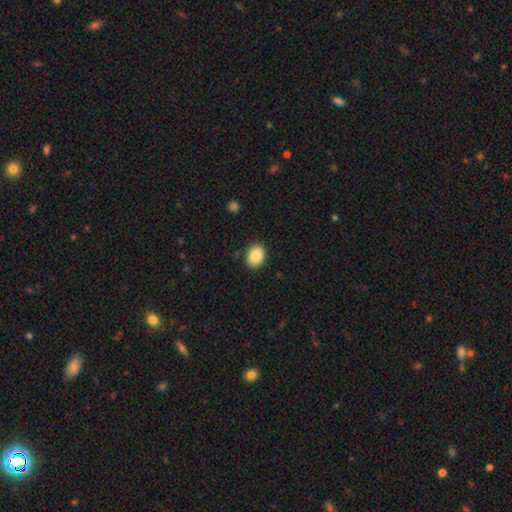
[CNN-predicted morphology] Smooth or featured?
  - smooth: 88% *
  - star or artifact: 8%
  - featured or disk: 5%
How rounded?
  - in between: 60% *
  - round: 39%
  - cigar-shaped: 1%
Merging?
  - none: 89% *
  - minor disturbance: 8%
  - major disturbance: 2%
  - merger: 1%